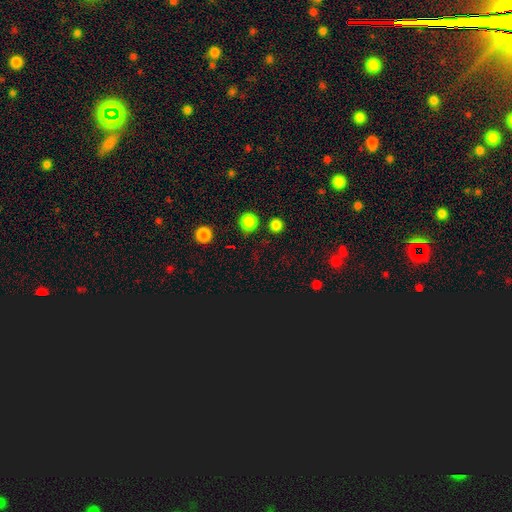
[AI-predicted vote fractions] This is possibly a smooth galaxy (54%). How rounded: clearly round (87%). Merging: clearly none (82%).